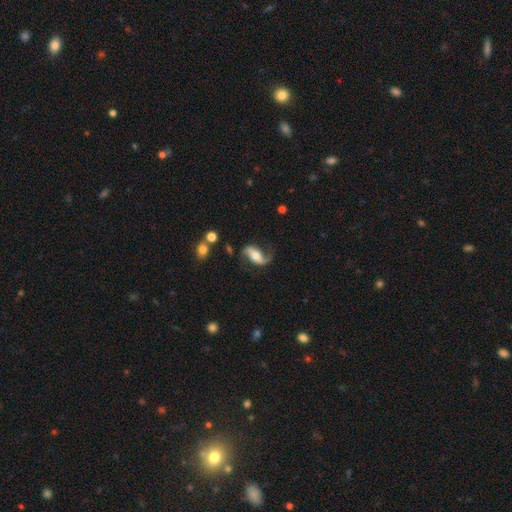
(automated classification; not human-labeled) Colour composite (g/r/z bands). It shows a featured or disk galaxy (84%) with a strong bar (36%), 2 (92%) loose (74%) spiral arms (95%) and a moderate central bulge (60%). Merging: none (73%).